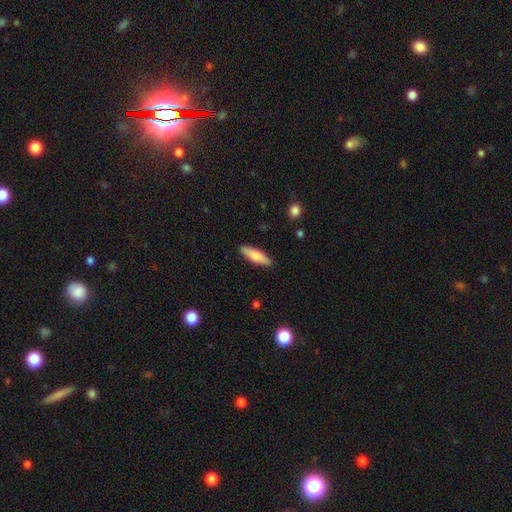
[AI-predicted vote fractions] Smooth or featured?
  - smooth: 76% *
  - featured or disk: 19%
  - star or artifact: 6%
How rounded?
  - cigar-shaped: 58% *
  - in between: 41%
  - round: 2%
Merging?
  - none: 89% *
  - minor disturbance: 8%
  - major disturbance: 2%
  - merger: 1%